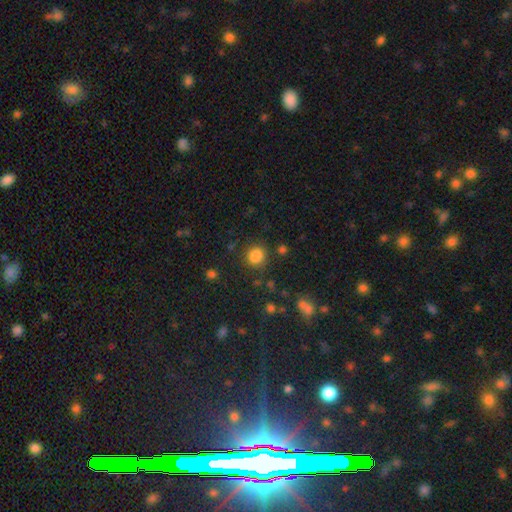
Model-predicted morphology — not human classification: A smooth galaxy with no disk features (83%) that is round (78%).

Vote fractions:
- Smooth or featured? smooth: 83% / star or artifact: 13% / featured or disk: 4%
- How rounded? round: 78% / in between: 21% / cigar-shaped: 1%
- Merging? none: 81% / minor disturbance: 11% / major disturbance: 4% / merger: 4%